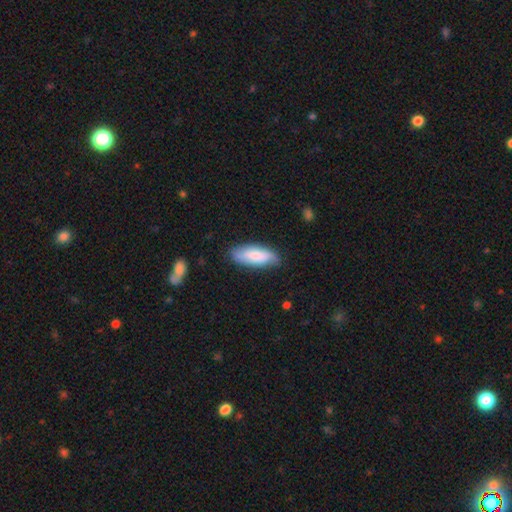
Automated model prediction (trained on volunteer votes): smooth-or-featured: smooth: 72% | featured or disk: 22% | star or artifact: 6%
  how-rounded: in between: 75% | cigar-shaped: 23% | round: 2%
  merging: none: 78% | minor disturbance: 17% | major disturbance: 3% | merger: 1%